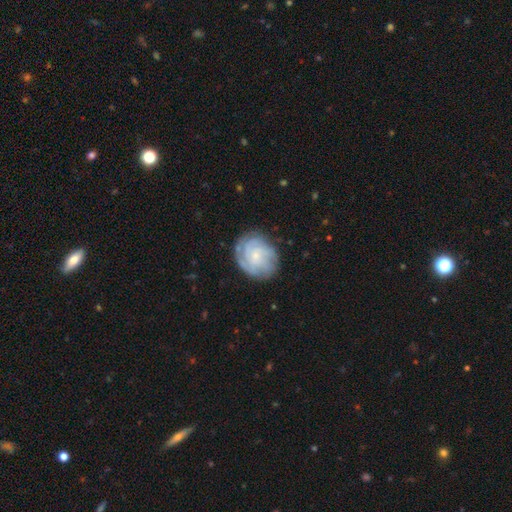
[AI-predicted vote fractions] Q: Smooth or featured?
A: featured or disk (71%); runner-up: smooth (22%)
Q: Edge-on disk?
A: no (98%); runner-up: yes (2%)
Q: Bar?
A: no (73%); runner-up: weak (23%)
Q: Spiral arms?
A: yes (92%); runner-up: no (8%)
Q: Spiral winding?
A: tight (66%); runner-up: medium (26%)
Q: Spiral arm count?
A: can't tell (40%); runner-up: 3 (20%)
Q: Bulge size?
A: small (71%); runner-up: moderate (20%)
Q: Merging?
A: none (77%); runner-up: minor disturbance (16%)